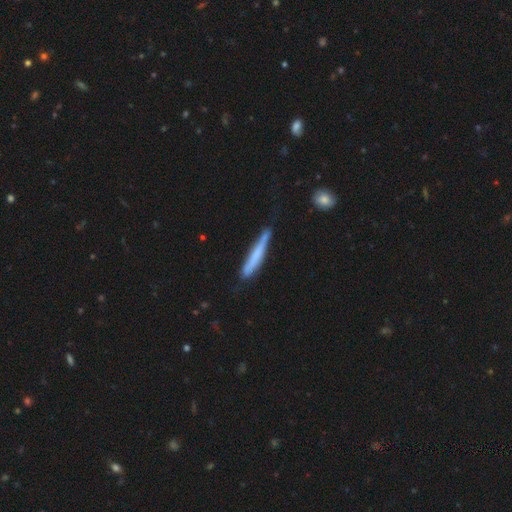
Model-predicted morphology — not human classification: Smooth or featured: smooth — 62% (featured or disk — 32%)
How rounded: cigar-shaped — 96% (in between — 3%)
Merging: none — 68% (minor disturbance — 24%)